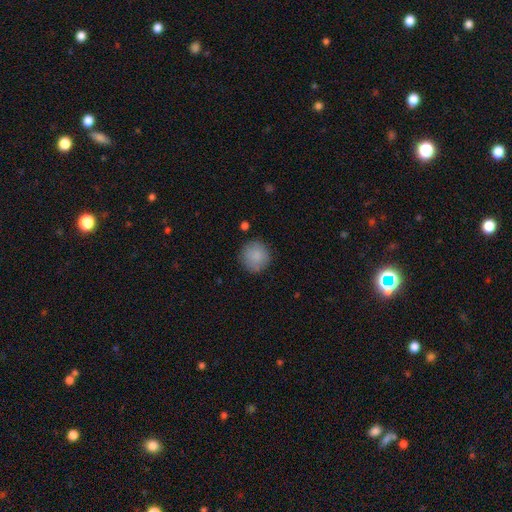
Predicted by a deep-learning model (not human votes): This appears to be a smooth galaxy with no disk features (87%) that is round (93%). Merging: none (84%).